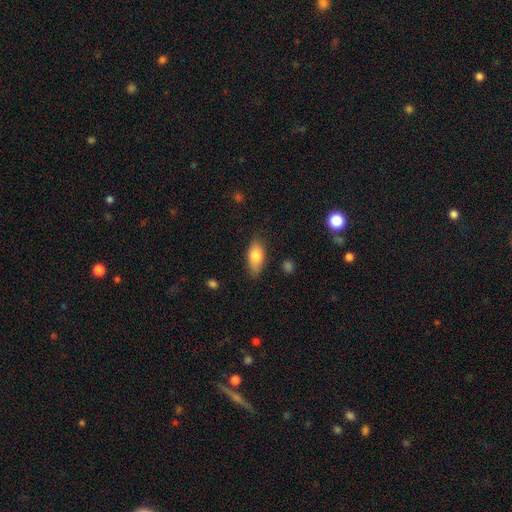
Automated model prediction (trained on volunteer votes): A smooth galaxy with no disk features (80%) that is in between round and cigar-shaped (86%). Merging: none (79%).